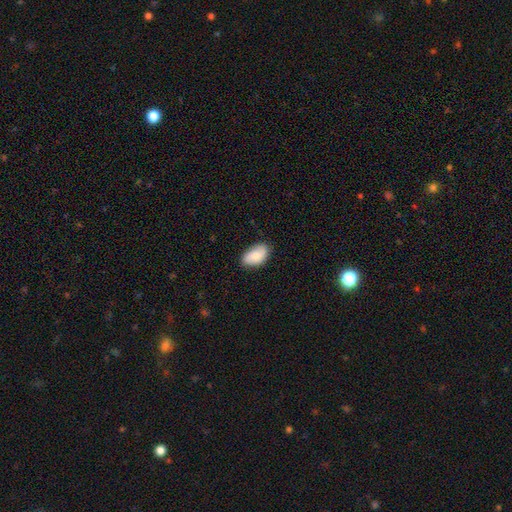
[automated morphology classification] The model was most divided on "smooth or featured": smooth: 74%, featured or disk: 19%, star or artifact: 7%. More confident: how rounded — in between (93%); merging — none (77%).